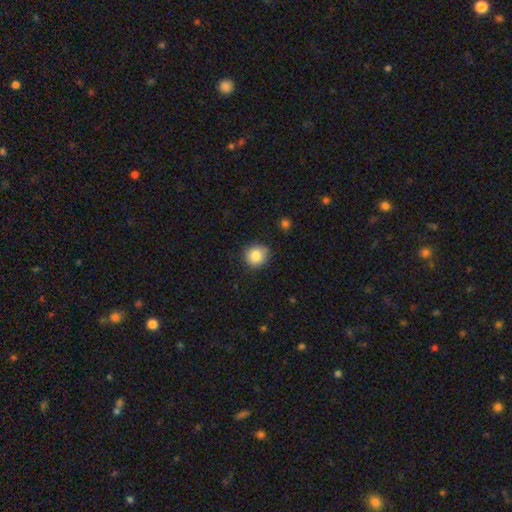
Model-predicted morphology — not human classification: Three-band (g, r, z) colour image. It shows a smooth galaxy with no disk features (84%) that is round (88%). Merging: none (82%).